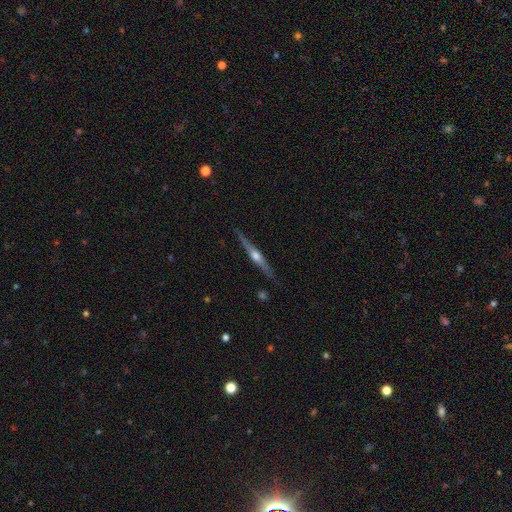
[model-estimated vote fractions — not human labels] Smooth or featured? Predicted: featured or disk (p=0.74). Edge-on disk? Predicted: yes (p=0.98). Edge-on bulge? Predicted: rounded (p=0.88). Merging? Predicted: none (p=0.86).